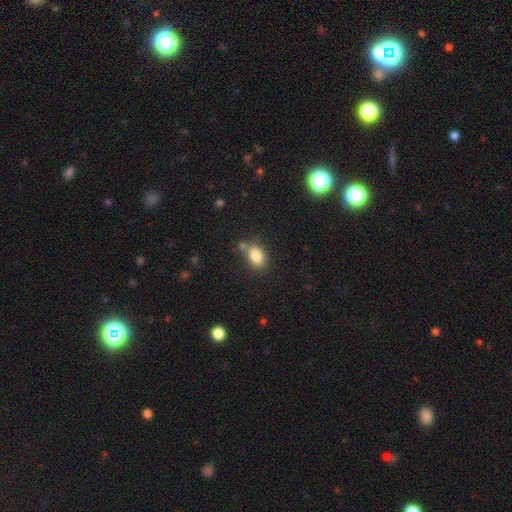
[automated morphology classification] Smooth or featured?
  - smooth: 84% *
  - star or artifact: 9%
  - featured or disk: 7%
How rounded?
  - in between: 84% *
  - round: 14%
  - cigar-shaped: 2%
Merging?
  - none: 68% *
  - minor disturbance: 16%
  - merger: 12%
  - major disturbance: 4%